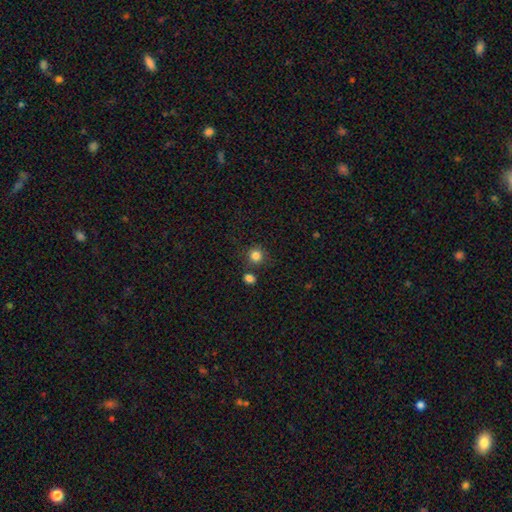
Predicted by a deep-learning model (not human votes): A smooth galaxy with no disk features (83%) that is round (91%).

Vote fractions:
- Smooth or featured? smooth: 83% / star or artifact: 12% / featured or disk: 5%
- How rounded? round: 91% / in between: 8% / cigar-shaped: 1%
- Merging? none: 78% / merger: 10% / minor disturbance: 9% / major disturbance: 3%